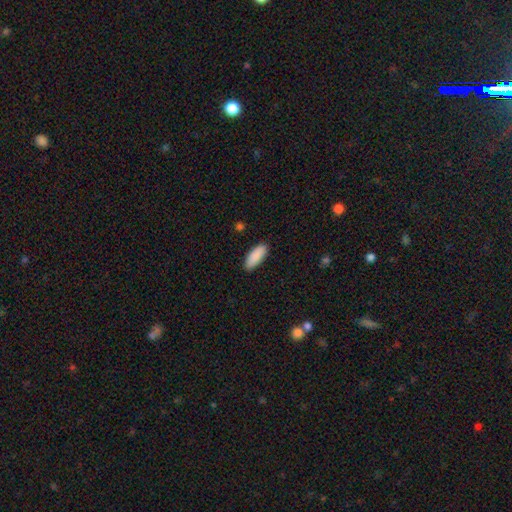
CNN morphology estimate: A smooth galaxy with no disk features (91%) that is in between round and cigar-shaped (76%). Merging: none (89%).